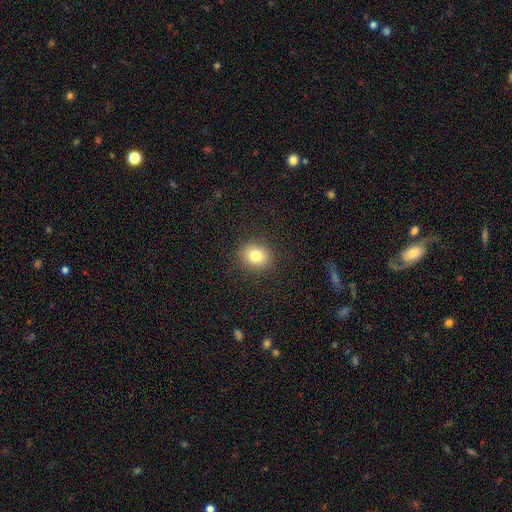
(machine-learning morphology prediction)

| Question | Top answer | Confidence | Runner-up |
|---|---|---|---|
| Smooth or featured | smooth | 82% | star or artifact (10%) |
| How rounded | round | 65% | in between (35%) |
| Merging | none | 88% | minor disturbance (8%) |